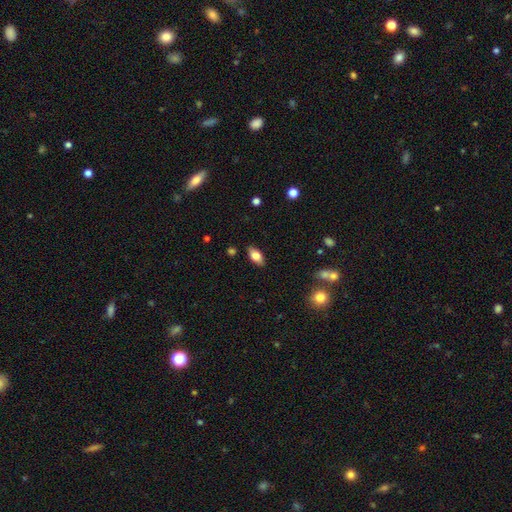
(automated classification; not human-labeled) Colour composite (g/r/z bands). It shows a smooth galaxy with no disk features (77%) that is in between round and cigar-shaped (90%). Merging: none (87%).